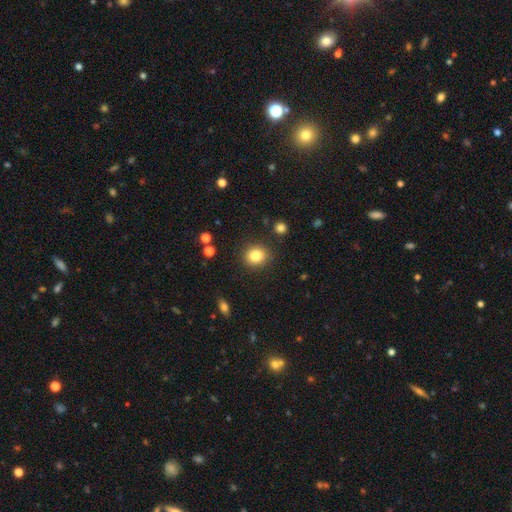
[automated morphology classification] Smooth or featured? smooth (84%)
How rounded? round (82%)
Merging? none (88%)